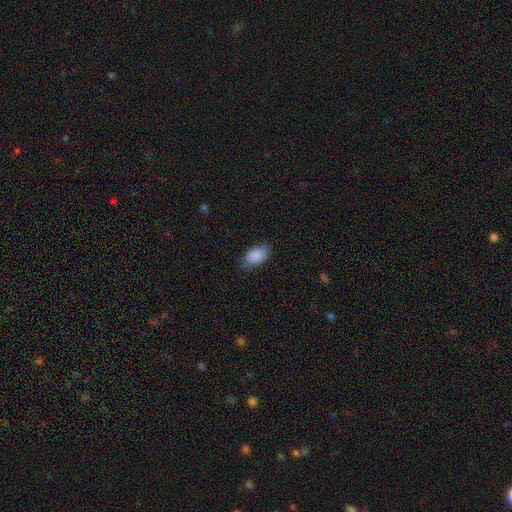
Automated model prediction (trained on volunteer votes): This is clearly a smooth galaxy (88%). How rounded: clearly in between (93%). Merging: likely none (77%).